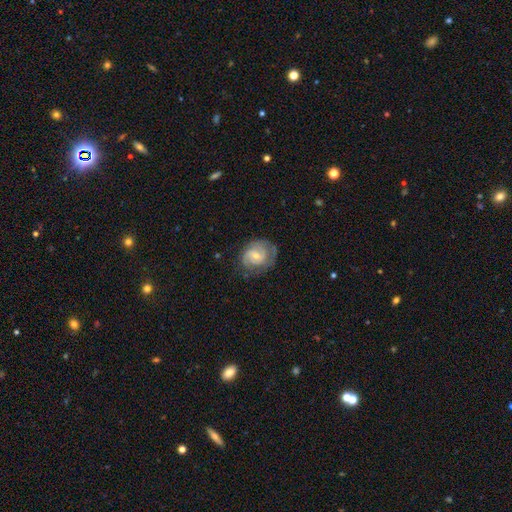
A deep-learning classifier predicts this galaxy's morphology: Smooth or featured? featured or disk (69%)
Edge-on disk? no (97%)
Bar? no (48%)
Spiral arms? yes (87%)
Spiral winding? tight (54%)
Spiral arm count? 2 (53%)
Bulge size? small (54%)
Merging? none (66%)